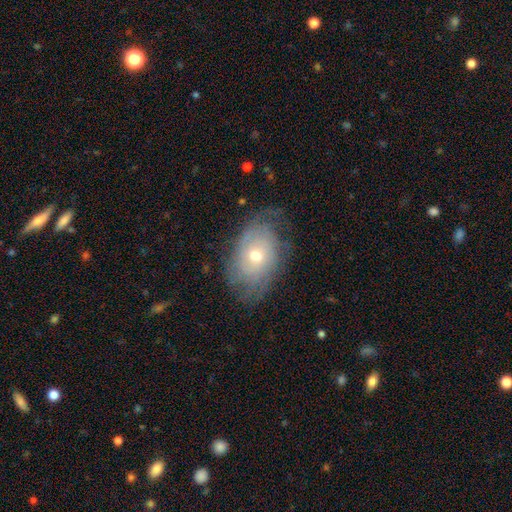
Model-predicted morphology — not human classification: Smooth or featured: featured or disk — 60% (smooth — 31%)
Edge-on disk: no — 92% (yes — 8%)
Bar: no — 86% (weak — 12%)
Spiral arms: yes — 68% (no — 32%)
Bulge size: moderate — 55% (small — 40%)
Merging: none — 65% (minor disturbance — 23%)